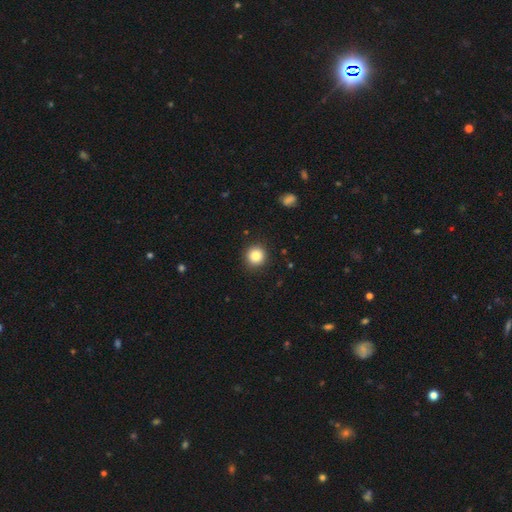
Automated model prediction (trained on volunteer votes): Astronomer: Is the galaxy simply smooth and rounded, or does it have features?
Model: smooth — 85%.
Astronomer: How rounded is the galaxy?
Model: round — 94%.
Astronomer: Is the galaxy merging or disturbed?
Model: none — 91%.